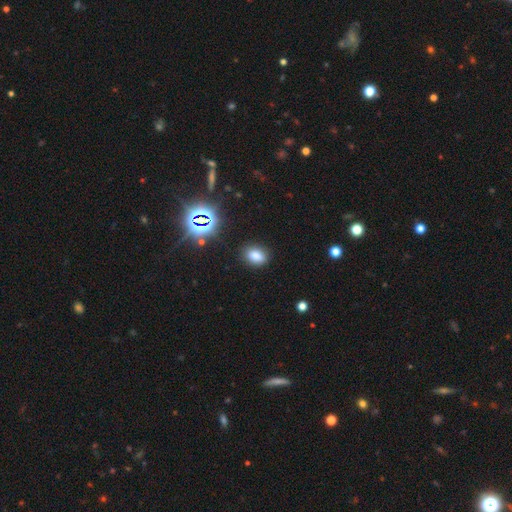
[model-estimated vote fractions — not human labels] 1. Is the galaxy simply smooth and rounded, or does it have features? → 77% smooth, 16% star or artifact, 6% featured or disk.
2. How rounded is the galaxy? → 75% in between, 23% round, 1% cigar-shaped.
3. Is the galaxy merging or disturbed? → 86% none, 10% minor disturbance, 3% major disturbance, 1% merger.